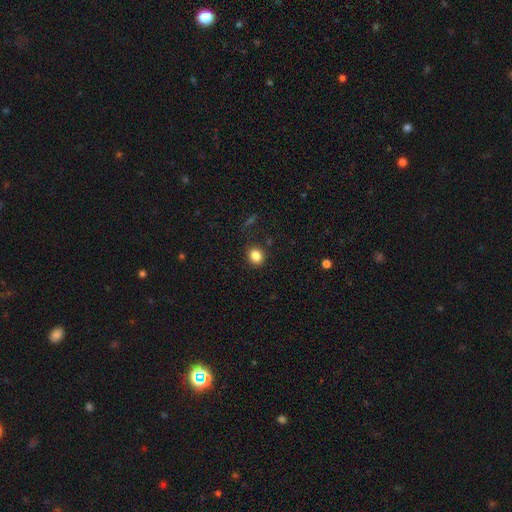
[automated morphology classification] This is clearly a smooth galaxy (84%). How rounded: likely round (69%). Merging: clearly none (86%).